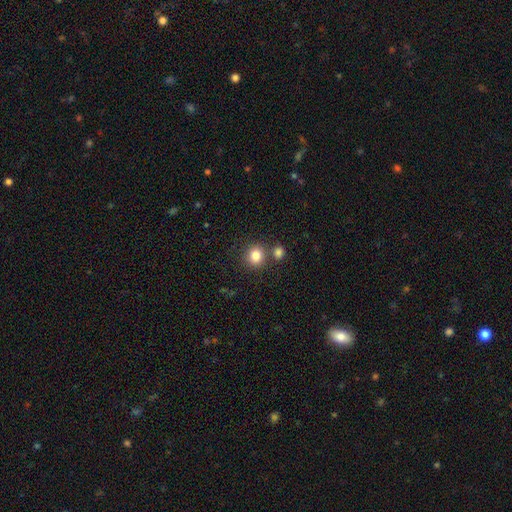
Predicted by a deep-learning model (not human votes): Smooth or featured?
  - smooth: 83% *
  - star or artifact: 11%
  - featured or disk: 6%
How rounded?
  - round: 85% *
  - in between: 14%
  - cigar-shaped: 1%
Merging?
  - none: 72% *
  - merger: 17%
  - minor disturbance: 8%
  - major disturbance: 3%